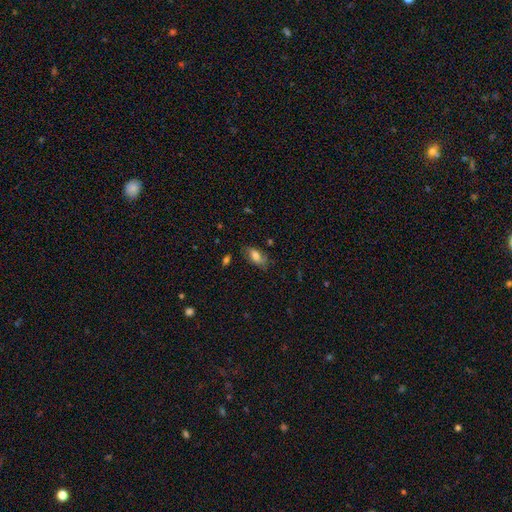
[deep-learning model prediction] Q: Smooth or featured?
A: smooth (70%); runner-up: featured or disk (21%)
Q: How rounded?
A: in between (88%); runner-up: cigar-shaped (8%)
Q: Merging?
A: none (67%); runner-up: minor disturbance (23%)